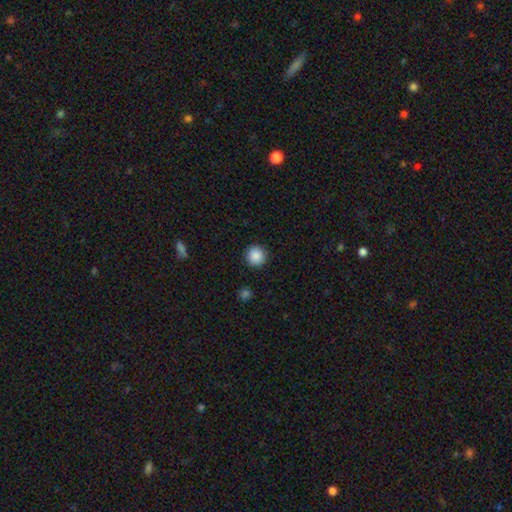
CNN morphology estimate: type=smooth (88%); roundness=round (95%); merging=none (92%).